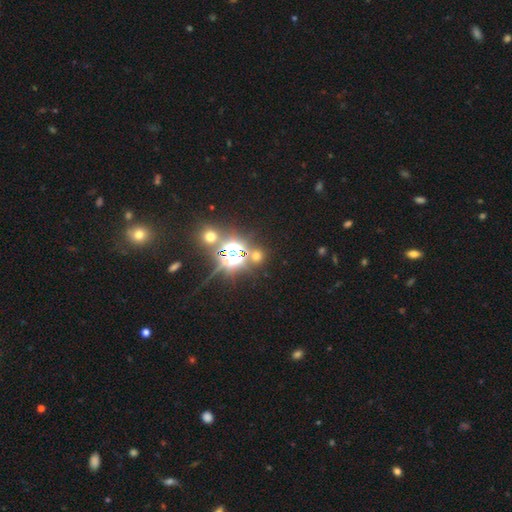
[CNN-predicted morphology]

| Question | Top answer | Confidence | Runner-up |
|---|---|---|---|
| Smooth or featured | star or artifact | 56% | smooth (36%) |